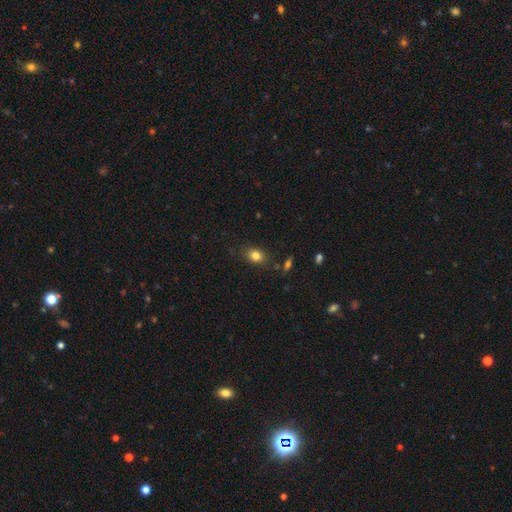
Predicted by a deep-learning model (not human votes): This appears to be a smooth galaxy with no disk features (81%) that is in between round and cigar-shaped (66%). Merging: none (80%).